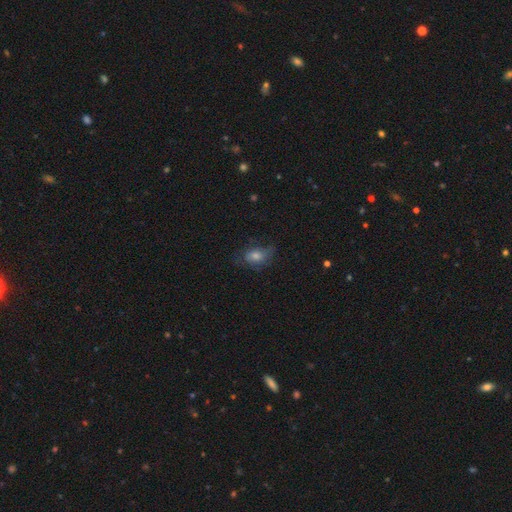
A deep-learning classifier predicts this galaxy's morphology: A smooth galaxy with no disk features (49%). Merging: none (61%).